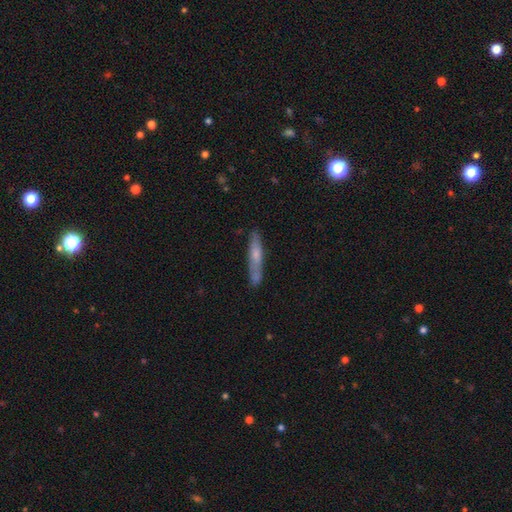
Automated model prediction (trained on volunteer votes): smooth-or-featured: smooth: 52% | featured or disk: 41% | star or artifact: 7%
  how-rounded: cigar-shaped: 91% | in between: 7% | round: 2%
  merging: none: 77% | minor disturbance: 15% | merger: 4% | major disturbance: 3%